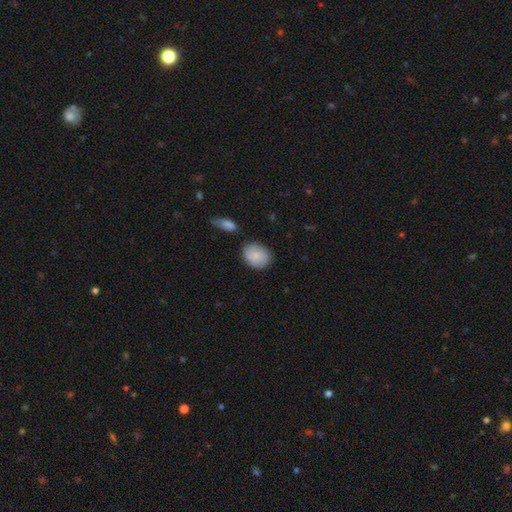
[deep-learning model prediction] Smooth or featured? smooth (82%)
How rounded? round (51%)
Merging? none (71%)